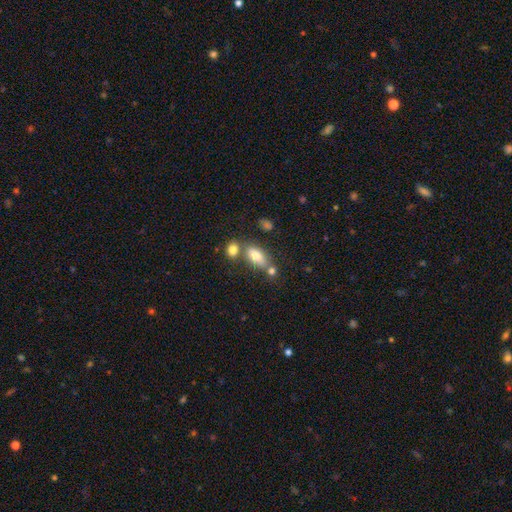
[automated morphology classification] smooth-or-featured: smooth: 78% | featured or disk: 13% | star or artifact: 9%
  how-rounded: in between: 84% | cigar-shaped: 10% | round: 7%
  merging: none: 52% | merger: 29% | minor disturbance: 14% | major disturbance: 5%